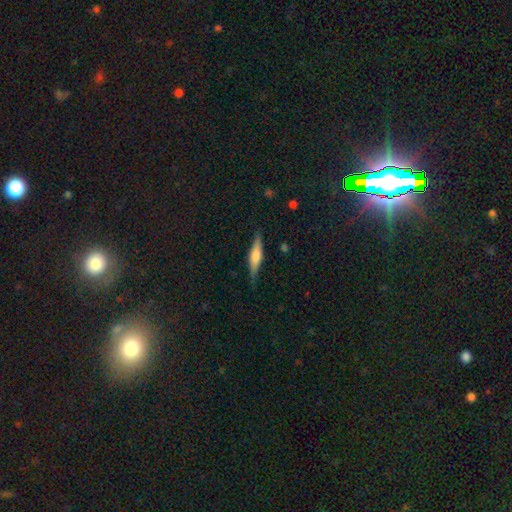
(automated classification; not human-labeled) Smooth or featured? featured or disk (49%)
Merging? none (84%)